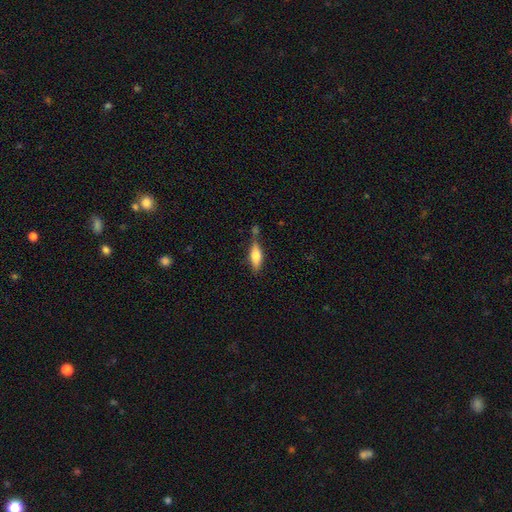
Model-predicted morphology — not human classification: Smooth or featured? smooth (68%)
How rounded? in between (62%)
Merging? none (59%)